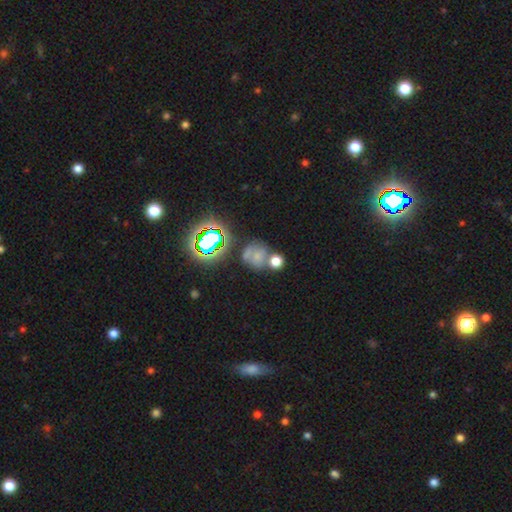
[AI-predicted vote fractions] smooth_or_featured: smooth (p=0.51) [alt: star or artifact p=0.30]
how_rounded: round (p=0.80) [alt: in between p=0.19]
merging: none (p=0.47) [alt: merger p=0.30]